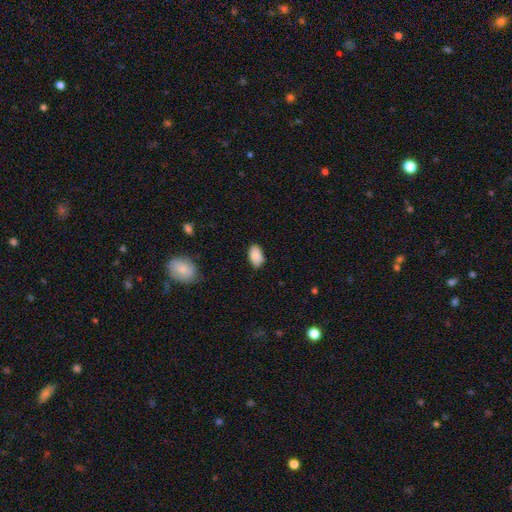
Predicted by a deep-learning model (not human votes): Overall: smooth (88%). How rounded: in between (93%). Merging: none (78%).